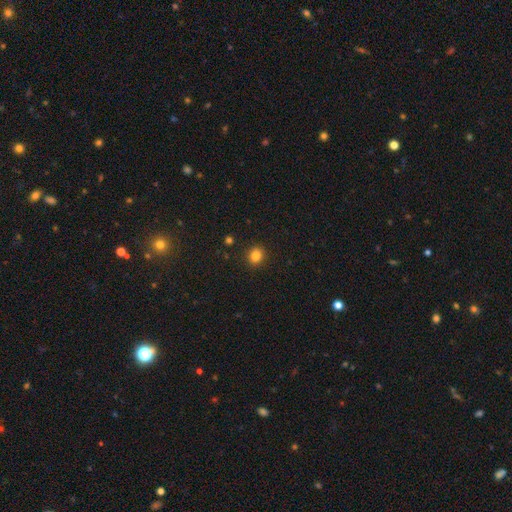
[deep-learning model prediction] Morphology: type=smooth (84%); roundness=round (77%); merging=none (90%).